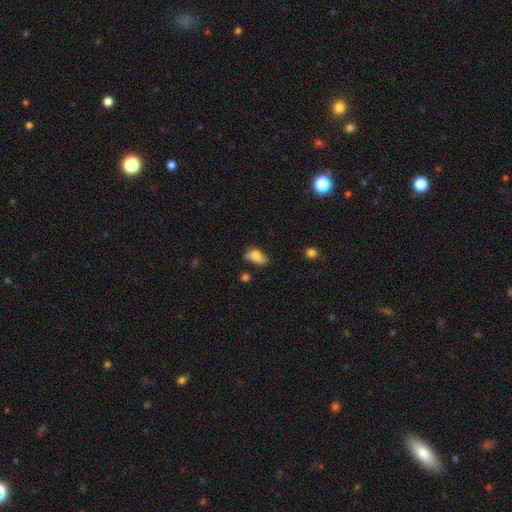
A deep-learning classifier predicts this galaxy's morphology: Smooth or featured? smooth (77%)
How rounded? in between (87%)
Merging? none (51%)